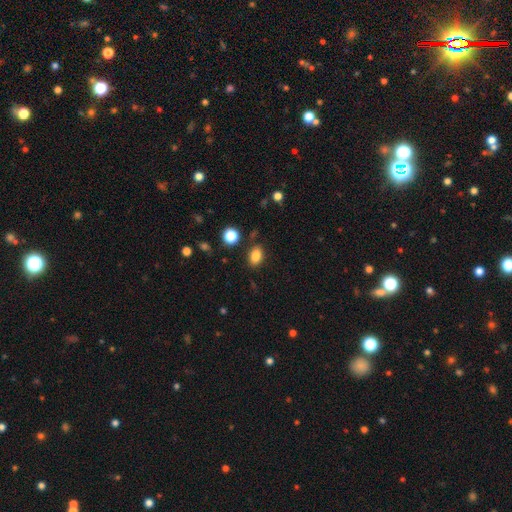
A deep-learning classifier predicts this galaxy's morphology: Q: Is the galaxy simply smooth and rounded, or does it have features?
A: smooth — 85%.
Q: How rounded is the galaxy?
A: in between — 81%.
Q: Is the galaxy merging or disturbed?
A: none — 83%.